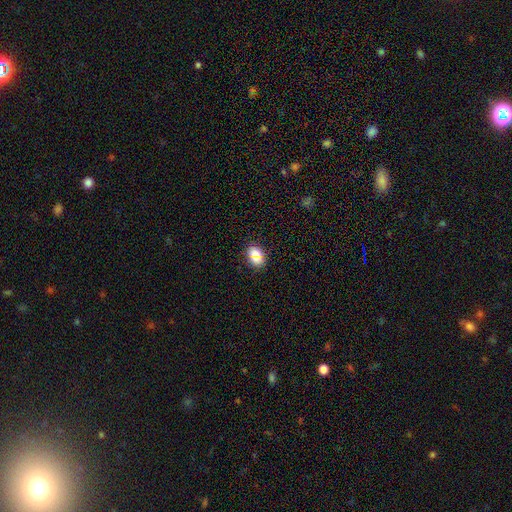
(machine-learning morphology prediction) smooth-or-featured: smooth: 80% | star or artifact: 11% | featured or disk: 9%
  how-rounded: in between: 67% | round: 31% | cigar-shaped: 2%
  merging: none: 77% | minor disturbance: 13% | merger: 6% | major disturbance: 3%